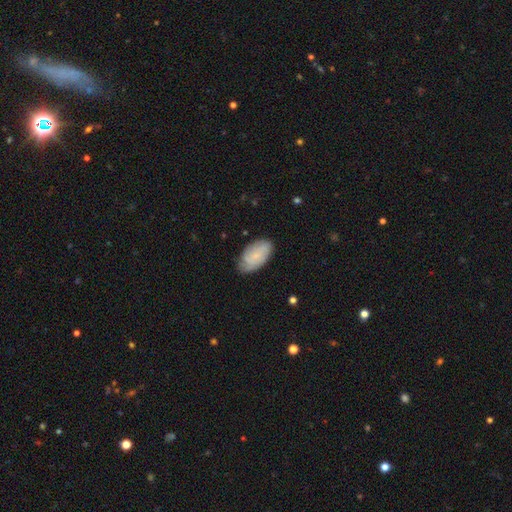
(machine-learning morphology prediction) type=smooth (61%); roundness=in between (94%); merging=none (70%).